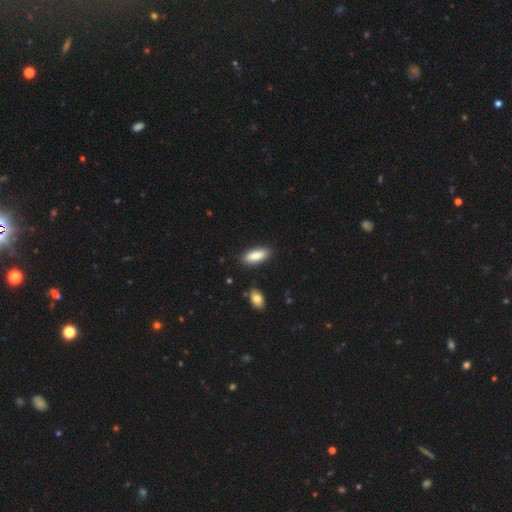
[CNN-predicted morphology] Smooth or featured? Predicted: smooth (p=0.86). How rounded? Predicted: in between (p=0.76). Merging? Predicted: none (p=0.87).